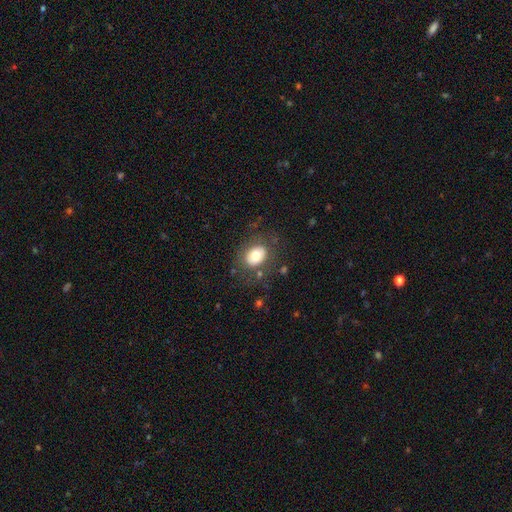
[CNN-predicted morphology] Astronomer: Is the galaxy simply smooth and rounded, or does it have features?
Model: smooth — 72%.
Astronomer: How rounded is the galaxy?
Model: in between — 56% (runner-up: round, 43%).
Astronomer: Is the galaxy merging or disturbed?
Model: none — 78%.